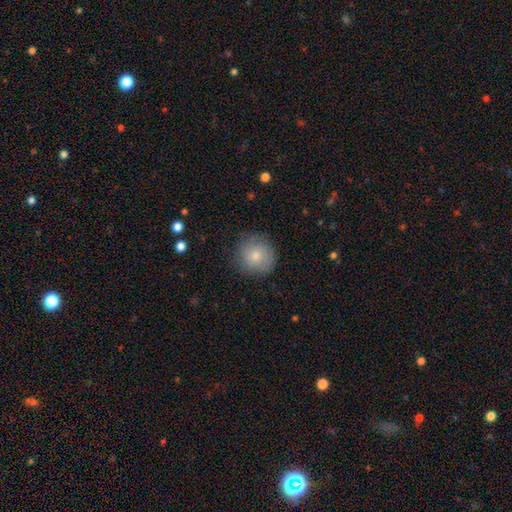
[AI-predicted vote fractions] smooth-or-featured: smooth: 79% | featured or disk: 13% | star or artifact: 8%
  how-rounded: round: 92% | in between: 7% | cigar-shaped: 1%
  merging: none: 83% | minor disturbance: 13% | major disturbance: 4% | merger: 1%